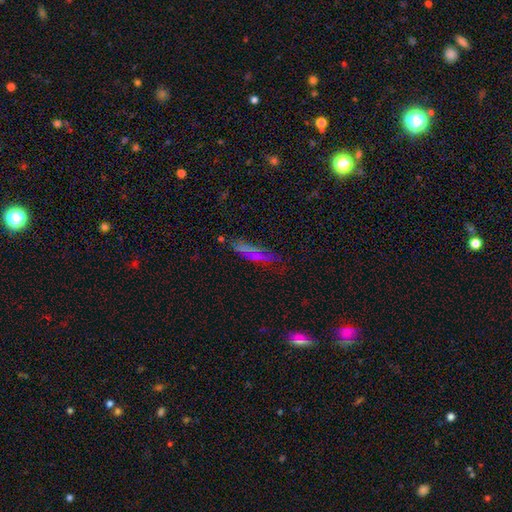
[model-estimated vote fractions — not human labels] The model was most divided on "smooth or featured": smooth: 45%, featured or disk: 32%, star or artifact: 23%. More confident: merging — none (63%).